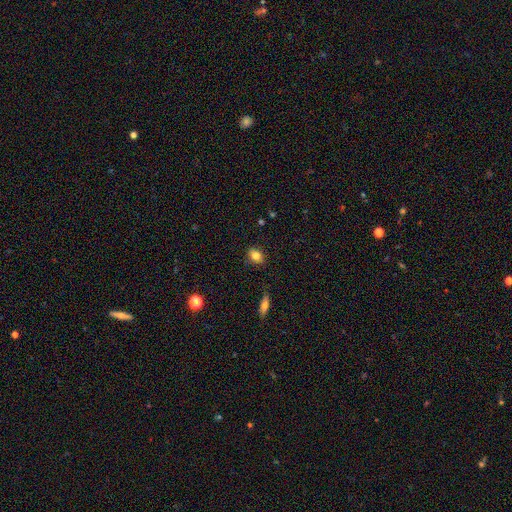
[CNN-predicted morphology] Q: Smooth or featured?
A: smooth (81%); runner-up: featured or disk (10%)
Q: How rounded?
A: in between (68%); runner-up: round (30%)
Q: Merging?
A: none (85%); runner-up: minor disturbance (11%)